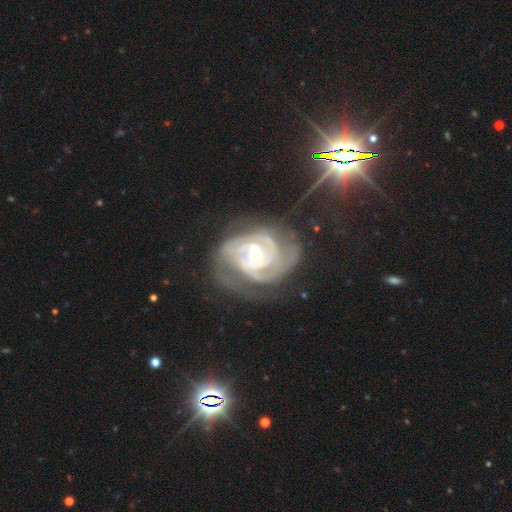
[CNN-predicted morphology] featured or disk 91%, smooth 5%, star or artifact 5%. Down the decision tree: edge-on disk — no (98%); bar — weak (46%); spiral arms — yes (97%); spiral arm count — 2 (32%); spiral winding — tight (65%); bulge size — moderate (50%); merging — none (56%).